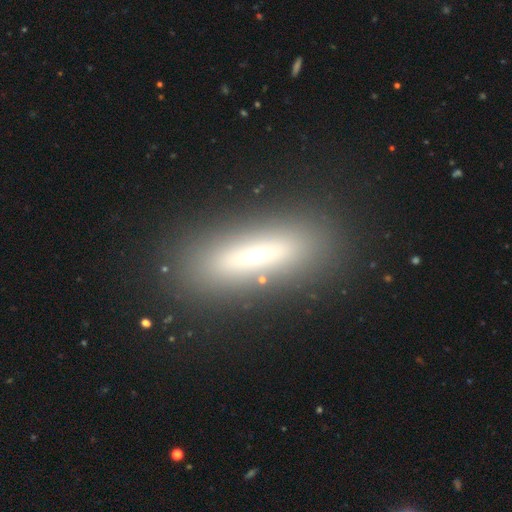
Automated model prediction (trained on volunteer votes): Q: Smooth or featured?
A: smooth (55%); runner-up: featured or disk (31%)
Q: How rounded?
A: cigar-shaped (57%); runner-up: in between (39%)
Q: Merging?
A: none (84%); runner-up: minor disturbance (9%)